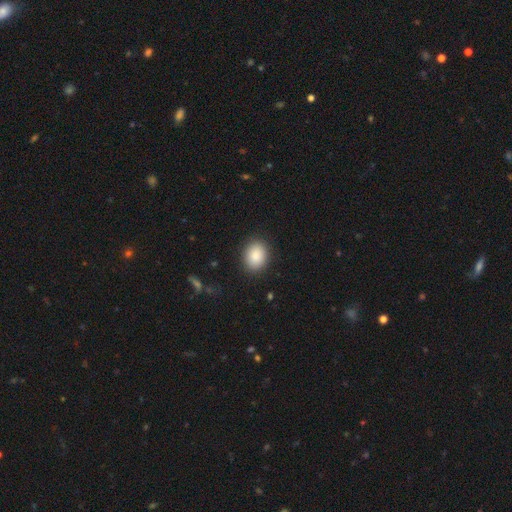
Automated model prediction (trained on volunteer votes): Smooth or featured?
  - smooth: 89% *
  - star or artifact: 7%
  - featured or disk: 4%
How rounded?
  - in between: 53% *
  - round: 46%
  - cigar-shaped: 1%
Merging?
  - none: 89% *
  - minor disturbance: 8%
  - major disturbance: 2%
  - merger: 1%